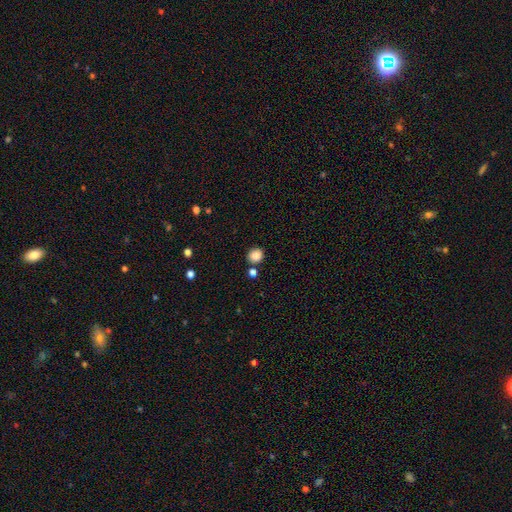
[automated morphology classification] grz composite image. It shows a smooth galaxy with no disk features (84%) that is round (83%). Merging: none (80%).